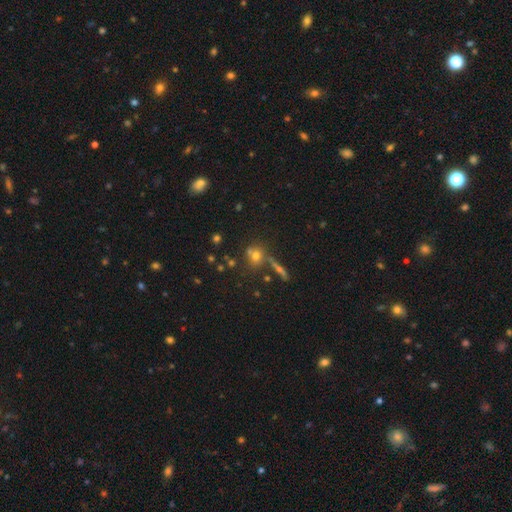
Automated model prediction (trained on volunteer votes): Morphology: type=smooth (63%); roundness=round (84%); merging=none (59%).